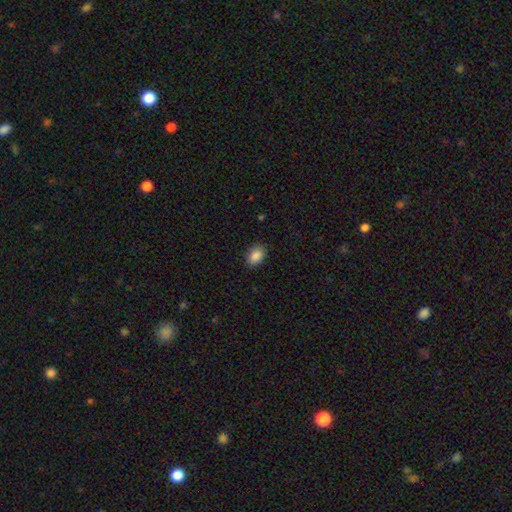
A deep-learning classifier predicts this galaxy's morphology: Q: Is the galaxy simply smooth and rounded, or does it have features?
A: smooth — 88%.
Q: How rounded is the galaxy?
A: in between — 82%.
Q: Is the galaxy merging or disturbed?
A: none — 87%.